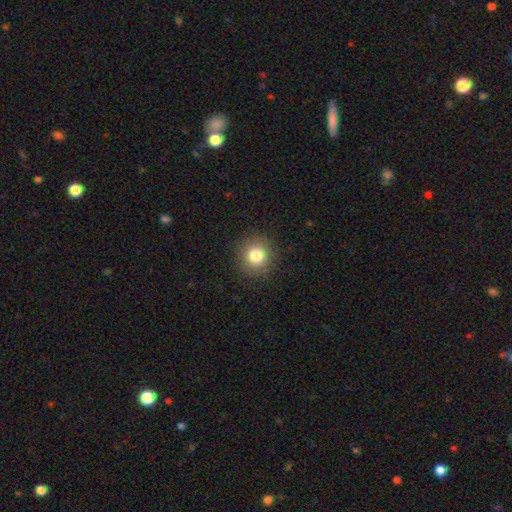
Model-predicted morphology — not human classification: smooth-or-featured: smooth: 82% | star or artifact: 11% | featured or disk: 7%
  how-rounded: round: 92% | in between: 7% | cigar-shaped: 1%
  merging: none: 89% | minor disturbance: 7% | major disturbance: 3% | merger: 1%